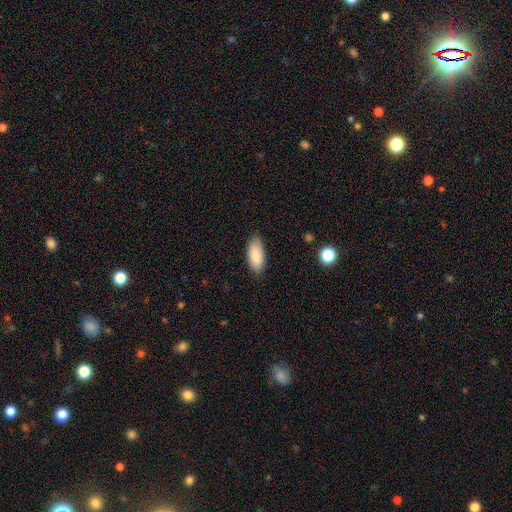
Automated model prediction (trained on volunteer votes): Q: Smooth or featured?
A: smooth (86%); runner-up: featured or disk (8%)
Q: How rounded?
A: in between (87%); runner-up: cigar-shaped (11%)
Q: Merging?
A: none (79%); runner-up: minor disturbance (17%)